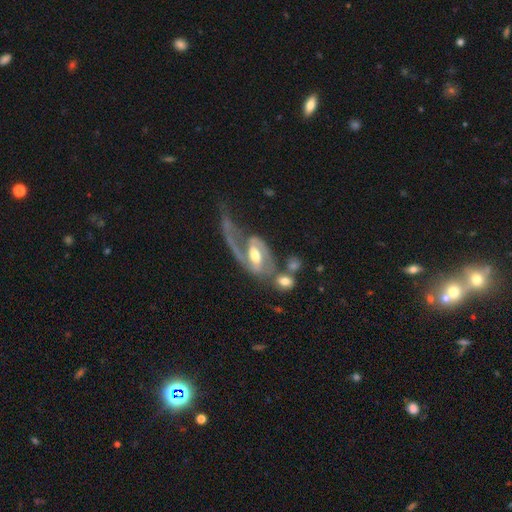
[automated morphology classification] smooth-or-featured: featured or disk: 86% | smooth: 9% | star or artifact: 5%
  disk-edge-on: no: 94% | yes: 6%
    bar: weak: 43% | strong: 40% | no: 18%
    has-spiral-arms: yes: 93% | no: 7%
      spiral-winding: loose: 42% | medium: 40% | tight: 18%
      spiral-arm-count: 2: 62% | 1: 30% | can't tell: 5% | 3: 2% | 4: 1% | more than 4: 1%
    bulge-size: moderate: 69% | small: 19% | large: 9% | none: 2% | dominant: 1%
  merging: major disturbance: 33% | none: 28% | merger: 23% | minor disturbance: 16%